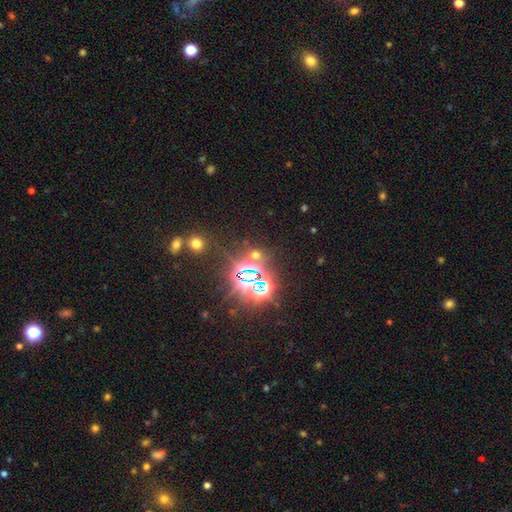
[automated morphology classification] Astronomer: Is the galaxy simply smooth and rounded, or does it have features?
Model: star or artifact — 72%.